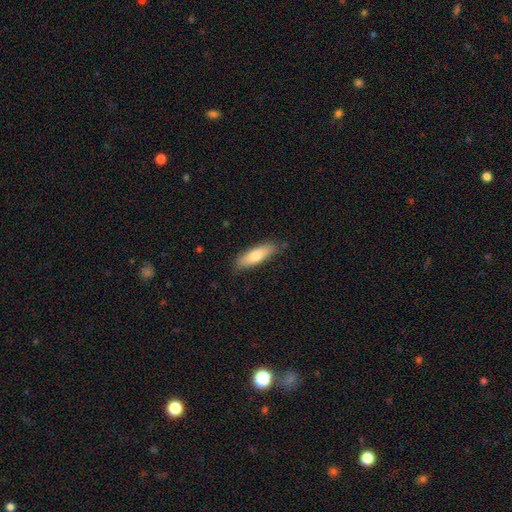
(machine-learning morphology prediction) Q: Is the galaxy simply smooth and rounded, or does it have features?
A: smooth — 72%.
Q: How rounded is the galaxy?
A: cigar-shaped — 53%.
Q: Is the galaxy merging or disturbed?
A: none — 83%.